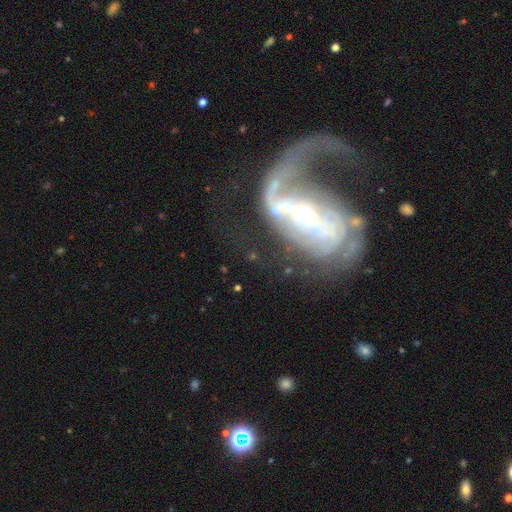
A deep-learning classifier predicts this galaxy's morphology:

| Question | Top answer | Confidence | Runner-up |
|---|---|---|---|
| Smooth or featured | featured or disk | 86% | smooth (7%) |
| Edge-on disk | no | 96% | yes (4%) |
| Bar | strong | 39% | weak (34%) |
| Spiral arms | yes | 92% | no (8%) |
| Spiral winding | loose | 43% | medium (38%) |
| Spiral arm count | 2 | 41% | 1 (33%) |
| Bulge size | small | 58% | moderate (36%) |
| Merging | major disturbance | 48% | none (27%) |